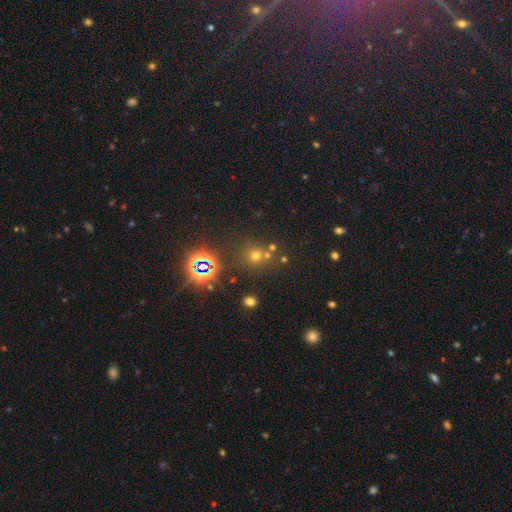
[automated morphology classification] Smooth or featured: smooth — 49% (star or artifact — 41%)
Merging: none — 71% (merger — 16%)